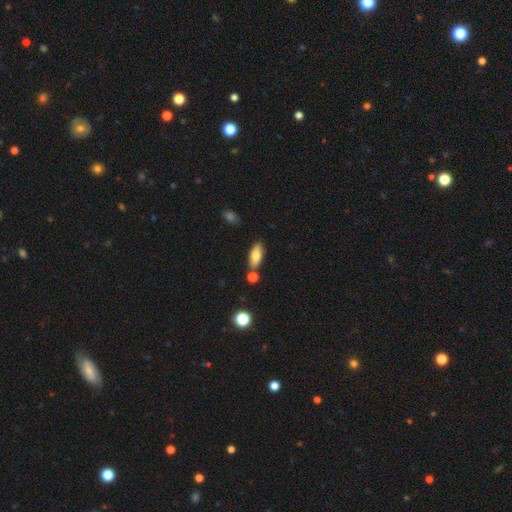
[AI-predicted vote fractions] A smooth galaxy with no disk features (76%) that is in between round and cigar-shaped (80%). Merging: none (75%).